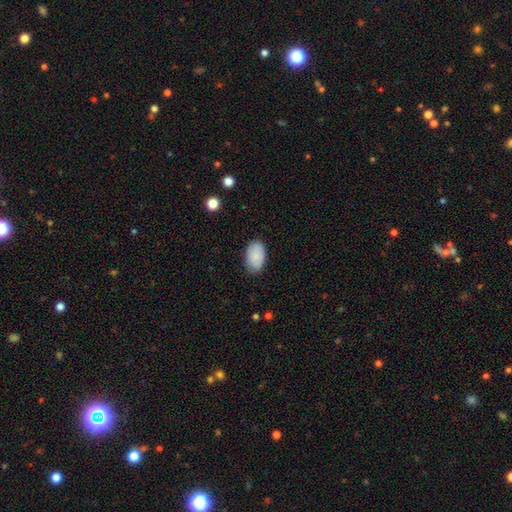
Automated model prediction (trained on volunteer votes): A smooth galaxy with no disk features (87%) that is in between round and cigar-shaped (93%). Merging: none (82%).